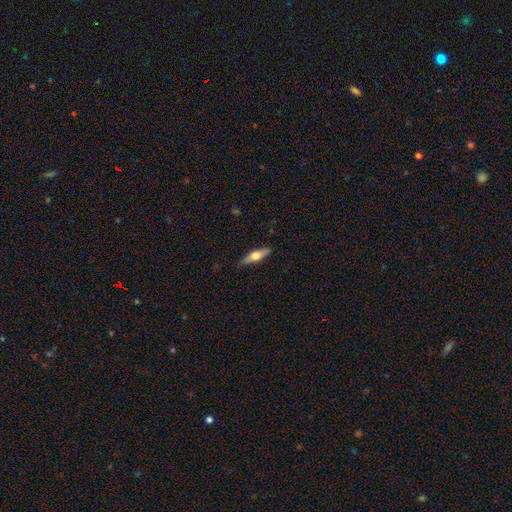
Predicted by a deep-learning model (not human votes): smooth_or_featured: smooth (p=0.52) [alt: featured or disk p=0.43]
how_rounded: cigar-shaped (p=0.63) [alt: in between p=0.35]
merging: none (p=0.80) [alt: minor disturbance p=0.16]